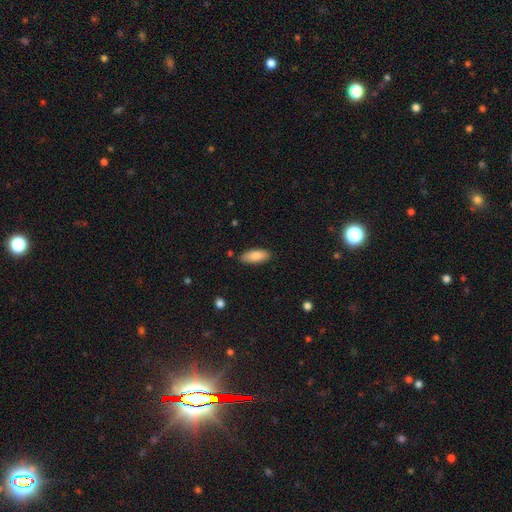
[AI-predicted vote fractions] Smooth or featured? smooth (86%)
How rounded? in between (79%)
Merging? none (83%)